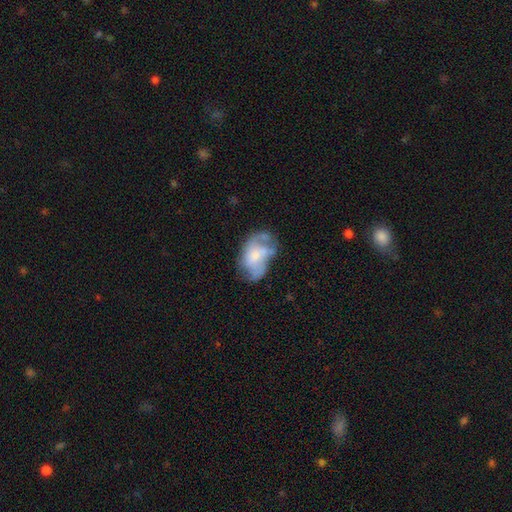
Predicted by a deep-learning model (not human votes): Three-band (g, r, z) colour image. It shows a featured or disk galaxy (54%) with no bar (76%), no spiral arms (52%) and a small central bulge (42%). Merging: none (37%).